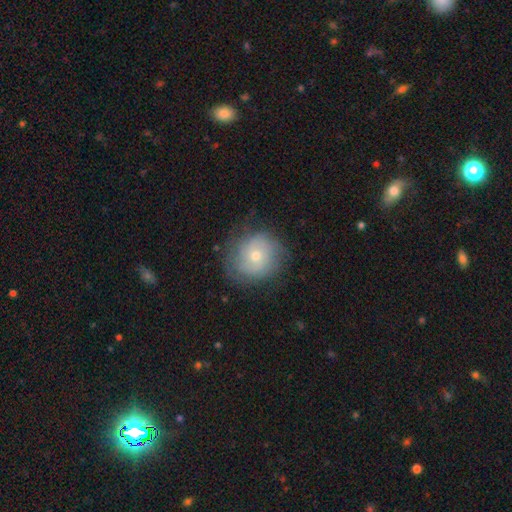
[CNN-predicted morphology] The model was most divided on "smooth or featured": featured or disk: 49%, smooth: 42%, star or artifact: 9%. More confident: merging — none (75%).